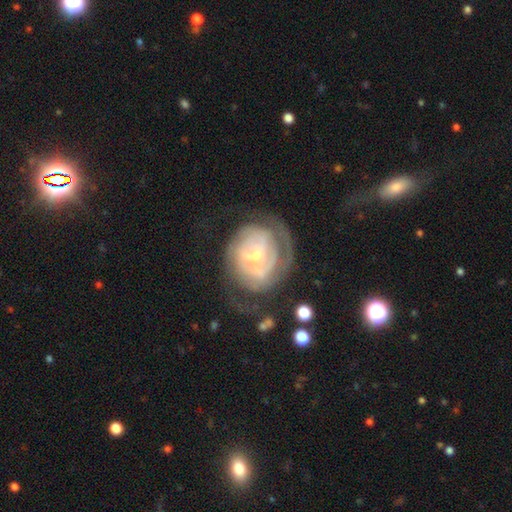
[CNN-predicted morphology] featured or disk 80%, smooth 14%, star or artifact 6%. Down the decision tree: edge-on disk — no (97%); bar — weak (46%); spiral arms — yes (86%); spiral arm count — can't tell (40%); spiral winding — tight (63%); bulge size — small (62%); merging — none (55%).